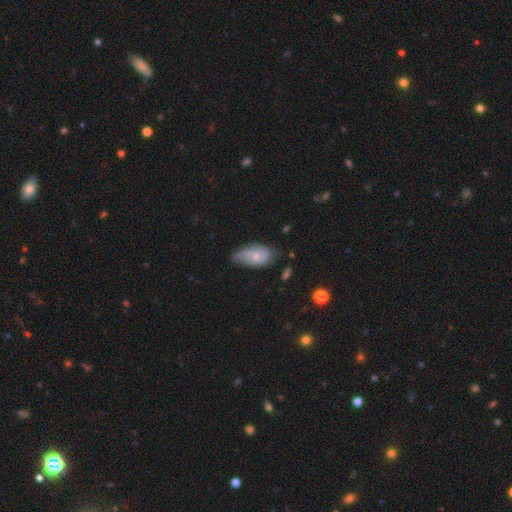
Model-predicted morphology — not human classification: smooth-or-featured: featured or disk: 48% | smooth: 45% | star or artifact: 7%
  merging: none: 44% | minor disturbance: 39% | major disturbance: 14% | merger: 3%